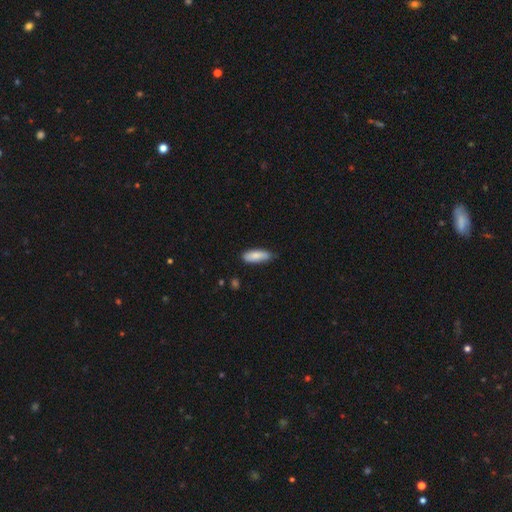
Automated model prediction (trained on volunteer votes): This appears to be a smooth galaxy with no disk features (84%) that is in between round and cigar-shaped (64%). Merging: none (72%).